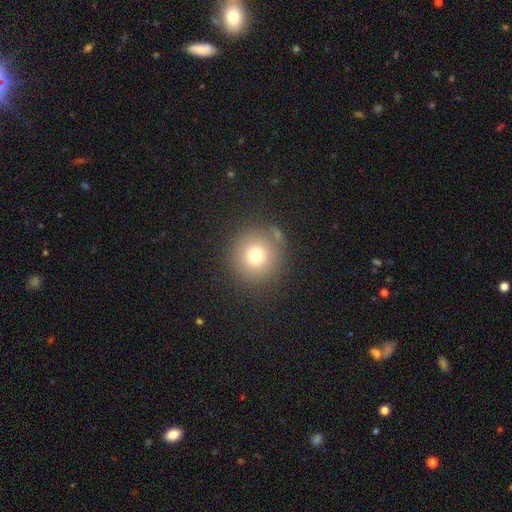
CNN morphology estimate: This is likely a smooth galaxy (74%). How rounded: clearly round (94%). Merging: clearly none (83%).